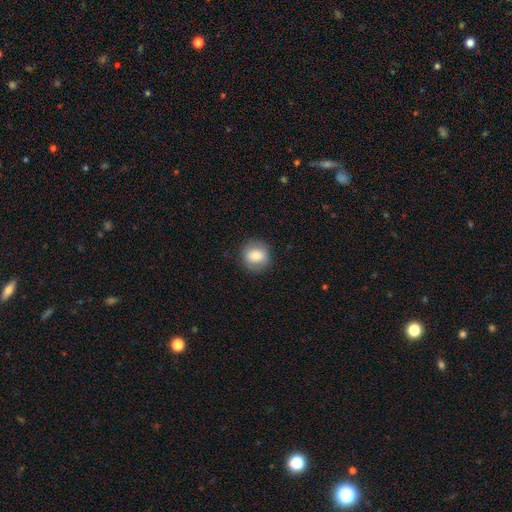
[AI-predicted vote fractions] Smooth or featured: smooth — 76% (featured or disk — 16%)
How rounded: round — 83% (in between — 16%)
Merging: none — 85% (minor disturbance — 10%)